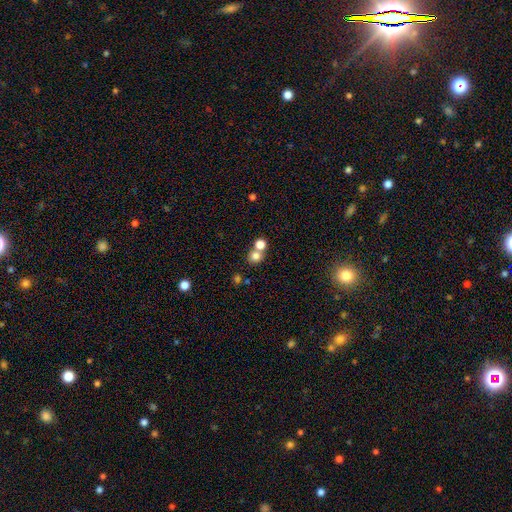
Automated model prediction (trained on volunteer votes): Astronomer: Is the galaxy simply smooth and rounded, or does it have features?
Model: smooth — 78%.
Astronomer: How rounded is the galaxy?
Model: round — 86%.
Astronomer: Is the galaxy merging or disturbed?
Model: none — 50% (runner-up: merger, 42%).